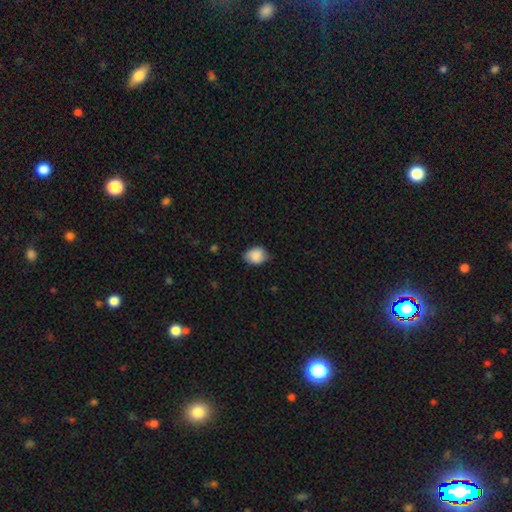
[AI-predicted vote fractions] smooth-or-featured: smooth: 87% | star or artifact: 7% | featured or disk: 6%
  how-rounded: in between: 55% | round: 44% | cigar-shaped: 1%
  merging: none: 69% | minor disturbance: 25% | major disturbance: 4% | merger: 1%